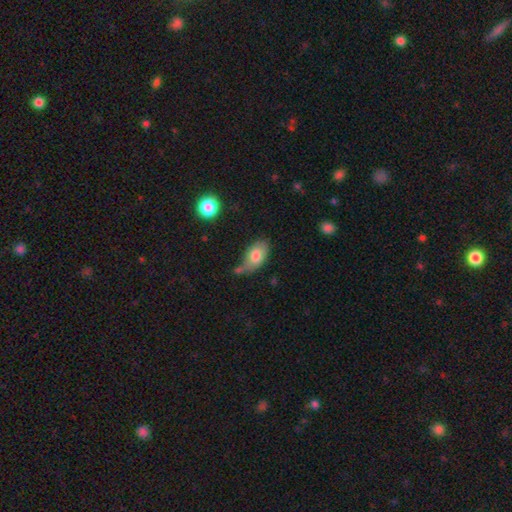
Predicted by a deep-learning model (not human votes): A smooth galaxy with no disk features (77%) that is in between round and cigar-shaped (92%).

Vote fractions:
- Smooth or featured? smooth: 77% / featured or disk: 16% / star or artifact: 7%
- How rounded? in between: 92% / round: 6% / cigar-shaped: 2%
- Merging? none: 45% / minor disturbance: 28% / merger: 16% / major disturbance: 10%